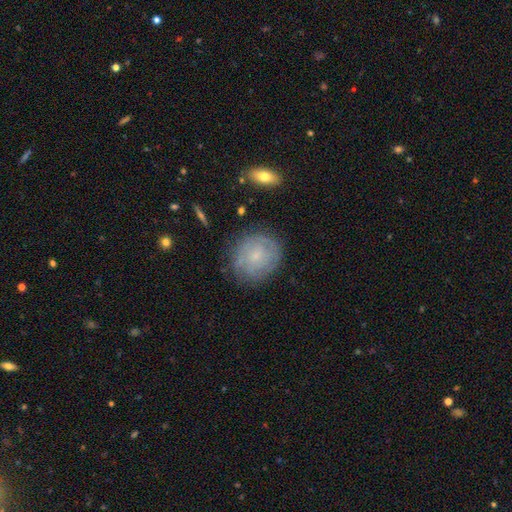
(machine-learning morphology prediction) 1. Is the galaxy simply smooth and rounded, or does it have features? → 52% featured or disk, 39% smooth, 9% star or artifact.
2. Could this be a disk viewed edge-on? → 97% no, 3% yes.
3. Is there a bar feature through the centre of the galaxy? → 74% no, 23% weak, 3% strong.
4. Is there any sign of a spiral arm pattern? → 76% yes, 24% no.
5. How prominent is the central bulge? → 67% small, 19% moderate, 12% none, 2% large, 1% dominant.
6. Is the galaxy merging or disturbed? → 77% none, 16% minor disturbance, 6% major disturbance, 2% merger.